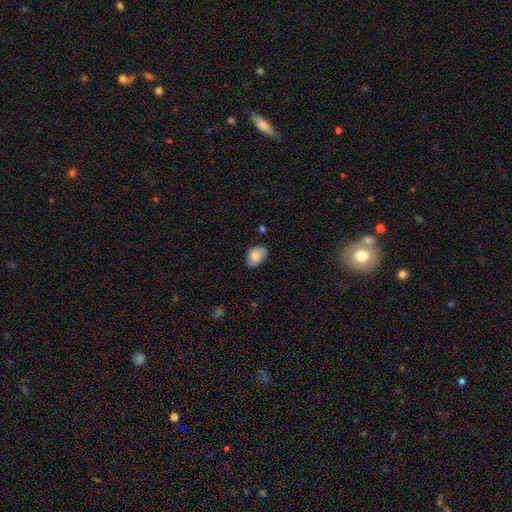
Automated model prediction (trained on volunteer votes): smooth_or_featured: smooth (p=0.71) [alt: featured or disk p=0.21]
how_rounded: in between (p=0.76) [alt: round p=0.23]
merging: none (p=0.60) [alt: minor disturbance p=0.30]